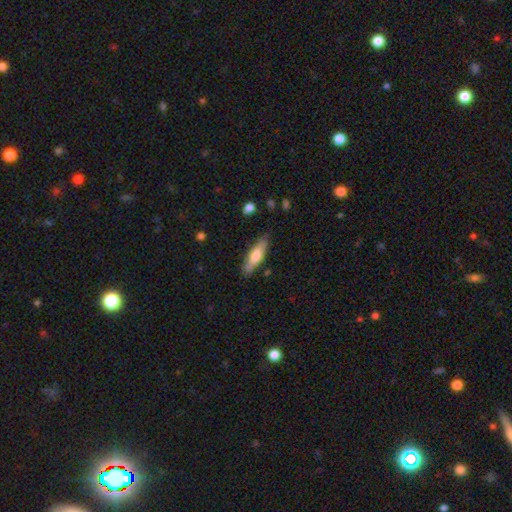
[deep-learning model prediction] This appears to be a smooth galaxy with no disk features (65%) that is cigar-shaped (62%). Merging: none (85%).